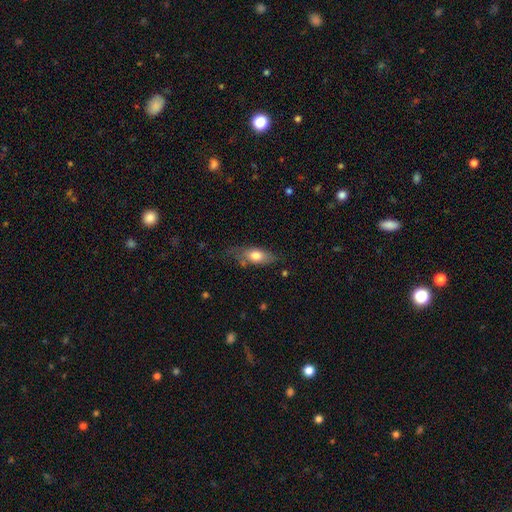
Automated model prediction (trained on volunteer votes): Q: Smooth or featured?
A: smooth (71%); runner-up: featured or disk (23%)
Q: How rounded?
A: in between (79%); runner-up: cigar-shaped (16%)
Q: Merging?
A: none (59%); runner-up: minor disturbance (29%)